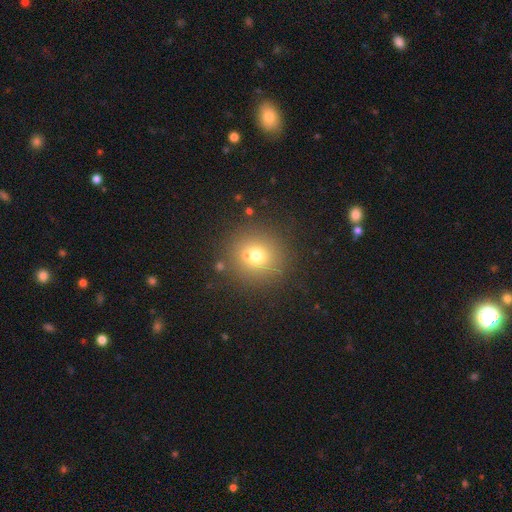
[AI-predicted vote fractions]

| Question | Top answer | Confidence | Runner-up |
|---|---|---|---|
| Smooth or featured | smooth | 67% | star or artifact (17%) |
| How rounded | round | 91% | in between (8%) |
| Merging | none | 72% | merger (15%) |